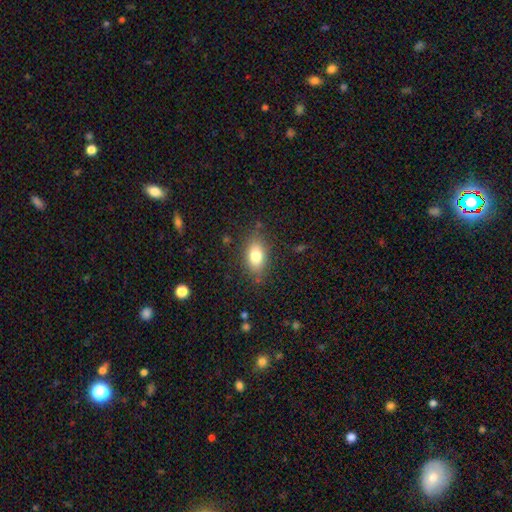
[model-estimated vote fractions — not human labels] smooth-or-featured: smooth: 79% | featured or disk: 13% | star or artifact: 9%
  how-rounded: in between: 87% | round: 9% | cigar-shaped: 5%
  merging: none: 81% | minor disturbance: 14% | major disturbance: 4% | merger: 2%